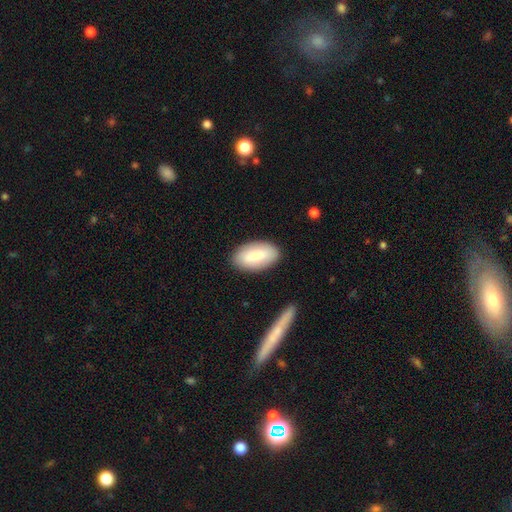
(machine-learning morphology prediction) Smooth or featured?
  - smooth: 79% *
  - featured or disk: 15%
  - star or artifact: 6%
How rounded?
  - in between: 95% *
  - round: 3%
  - cigar-shaped: 2%
Merging?
  - none: 86% *
  - minor disturbance: 10%
  - major disturbance: 3%
  - merger: 2%